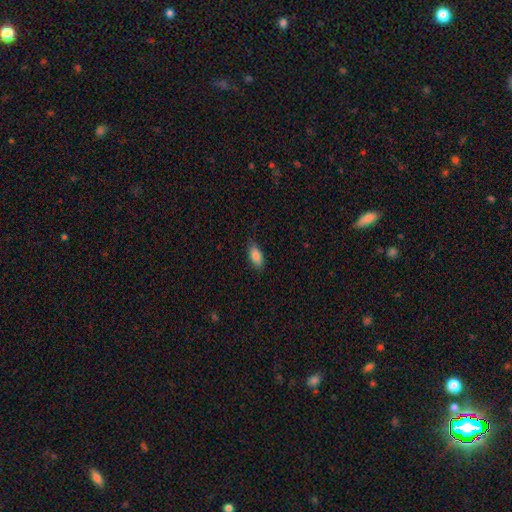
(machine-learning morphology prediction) Overall: smooth (83%). How rounded: in between (83%). Merging: none (81%).